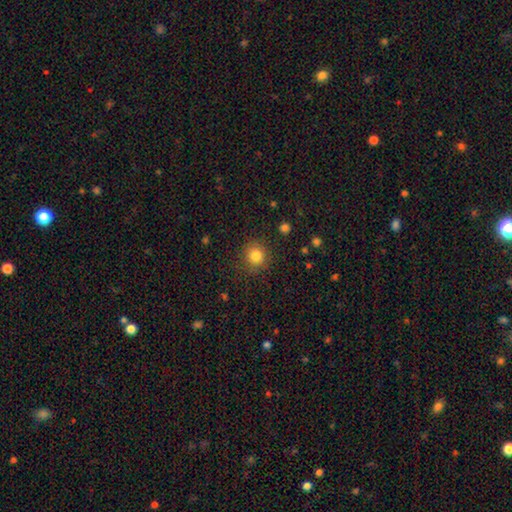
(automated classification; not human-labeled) Overall: smooth (83%). How rounded: round (91%). Merging: none (88%).